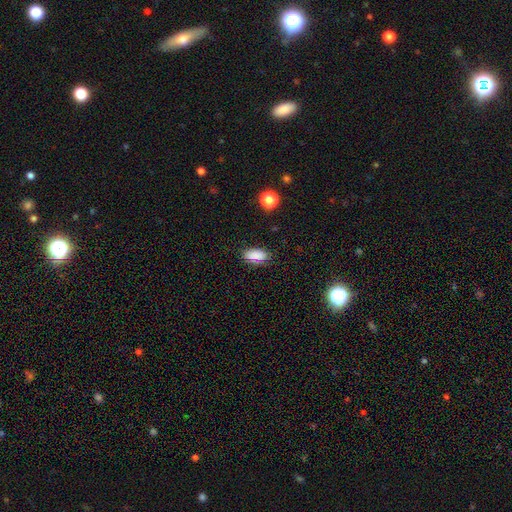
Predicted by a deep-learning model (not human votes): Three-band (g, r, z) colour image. It shows a smooth galaxy with no disk features (84%) that is in between round and cigar-shaped (89%). Merging: none (83%).